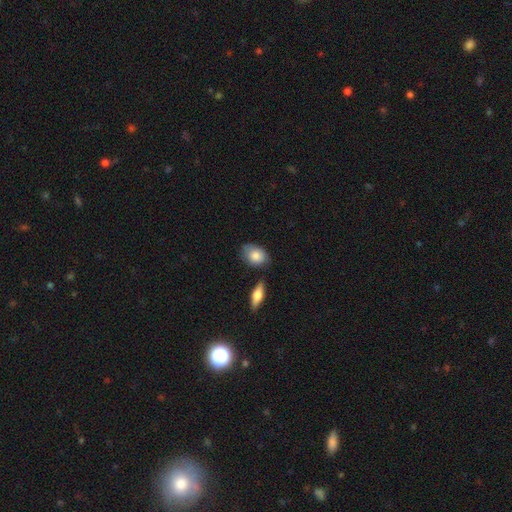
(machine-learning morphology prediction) This is clearly a smooth galaxy (81%). How rounded: likely in between (78%). Merging: likely none (62%).